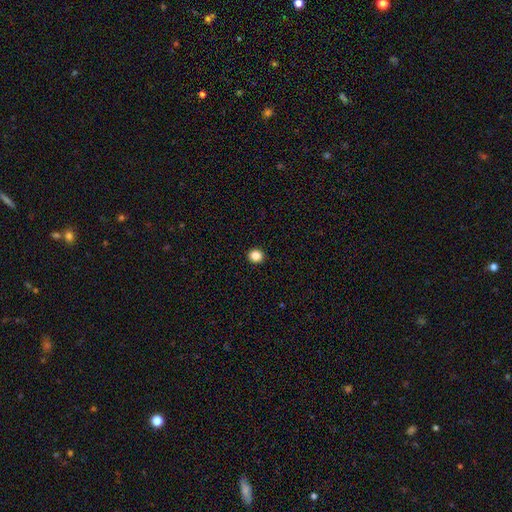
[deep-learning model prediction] smooth-or-featured: smooth: 85% | star or artifact: 11% | featured or disk: 3%
  how-rounded: round: 88% | in between: 11% | cigar-shaped: 1%
  merging: none: 94% | minor disturbance: 4% | major disturbance: 1% | merger: 1%